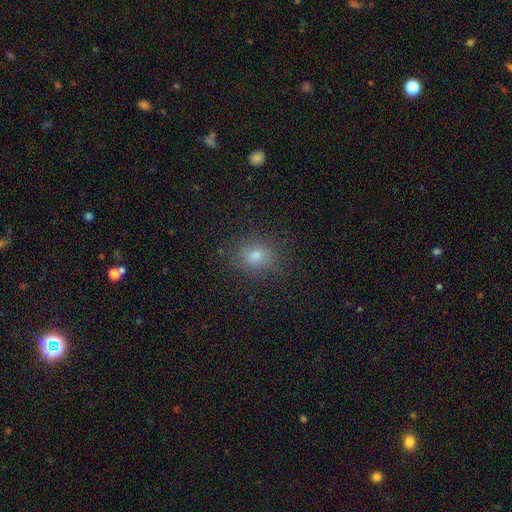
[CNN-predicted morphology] Q: Smooth or featured?
A: smooth (78%); runner-up: star or artifact (15%)
Q: How rounded?
A: round (62%); runner-up: in between (37%)
Q: Merging?
A: none (86%); runner-up: minor disturbance (10%)